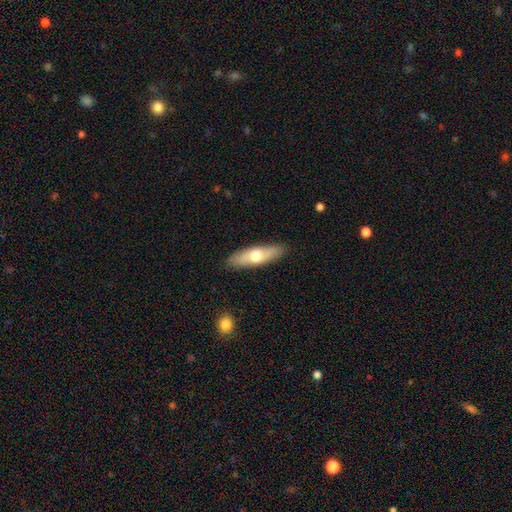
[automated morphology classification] Smooth or featured? Predicted: smooth (p=0.59). How rounded? Predicted: cigar-shaped (p=0.56). Merging? Predicted: none (p=0.88).